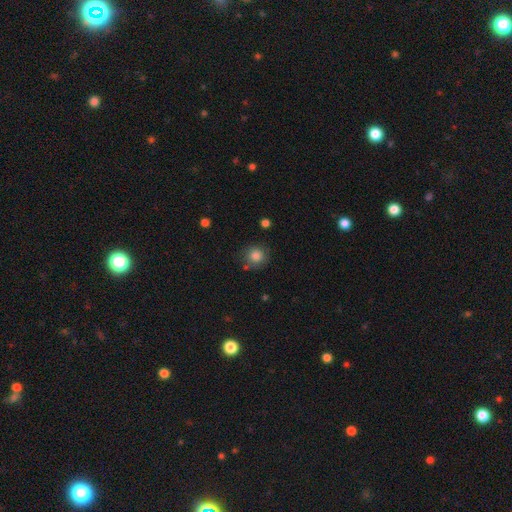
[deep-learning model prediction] Q: Smooth or featured?
A: smooth (83%); runner-up: star or artifact (11%)
Q: How rounded?
A: round (90%); runner-up: in between (9%)
Q: Merging?
A: none (78%); runner-up: minor disturbance (14%)